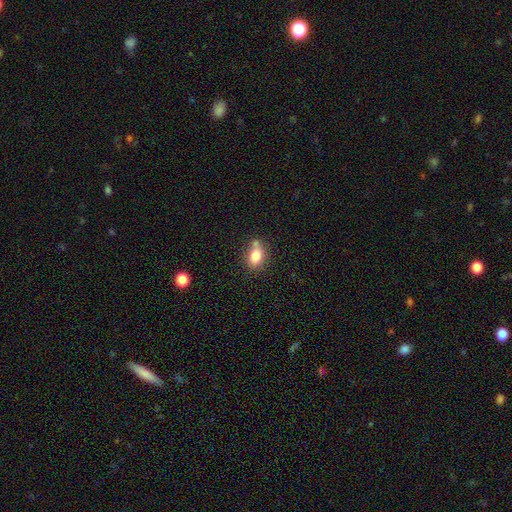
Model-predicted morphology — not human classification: The model was most divided on "merging": none: 54%, merger: 23%, minor disturbance: 18%, major disturbance: 5%. More confident: smooth or featured — smooth (80%); how rounded — in between (75%).